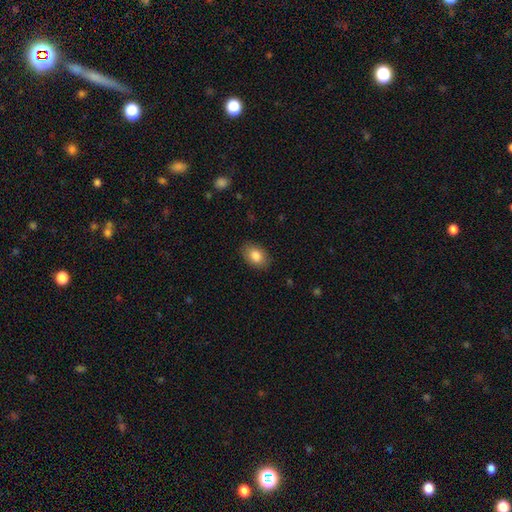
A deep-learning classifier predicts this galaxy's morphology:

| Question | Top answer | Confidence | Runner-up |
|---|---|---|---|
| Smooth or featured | smooth | 84% | featured or disk (9%) |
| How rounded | in between | 87% | round (12%) |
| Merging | none | 85% | minor disturbance (11%) |